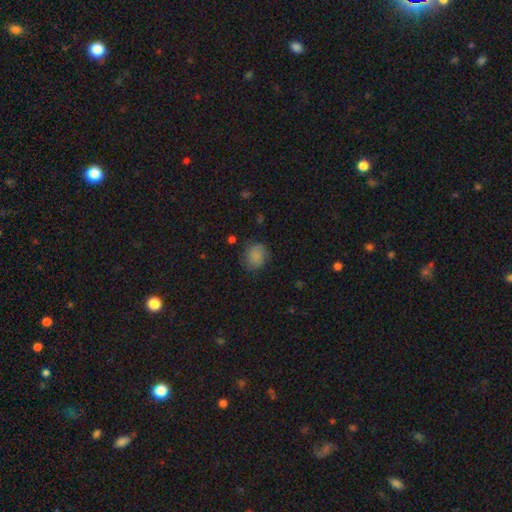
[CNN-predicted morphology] The model was most divided on "how rounded": round: 70%, in between: 29%, cigar-shaped: 1%. More confident: smooth or featured — smooth (82%); merging — none (75%).